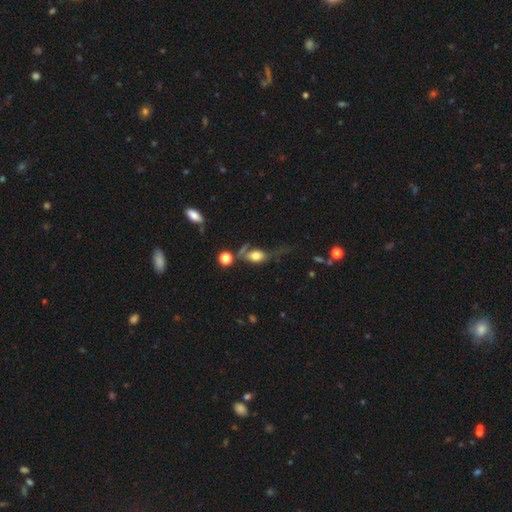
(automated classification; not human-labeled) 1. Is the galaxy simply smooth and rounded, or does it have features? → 63% smooth, 26% featured or disk, 12% star or artifact.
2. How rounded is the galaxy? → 73% in between, 20% round, 8% cigar-shaped.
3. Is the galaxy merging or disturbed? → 33% none, 29% major disturbance, 21% minor disturbance, 18% merger.